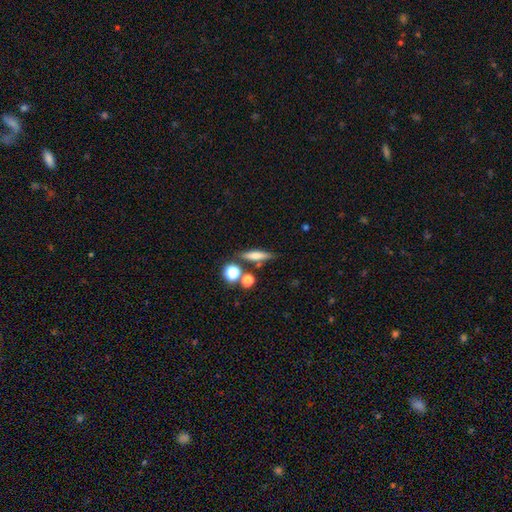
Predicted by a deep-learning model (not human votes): This appears to be a smooth galaxy with no disk features (62%) that is cigar-shaped (65%). Merging: none (73%).